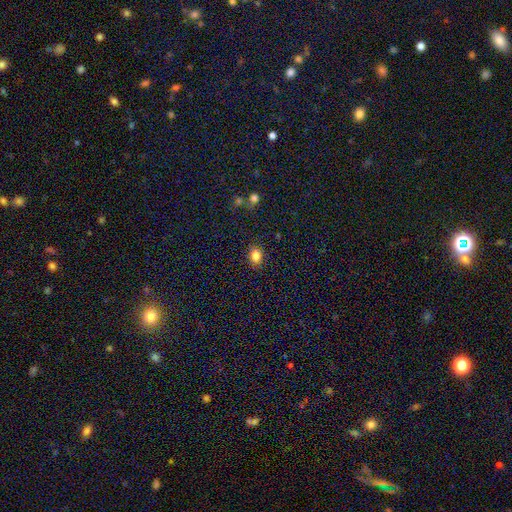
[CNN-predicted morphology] smooth 83%, star or artifact 11%, featured or disk 6%. Down the decision tree: how rounded — in between (60%); merging — none (87%).